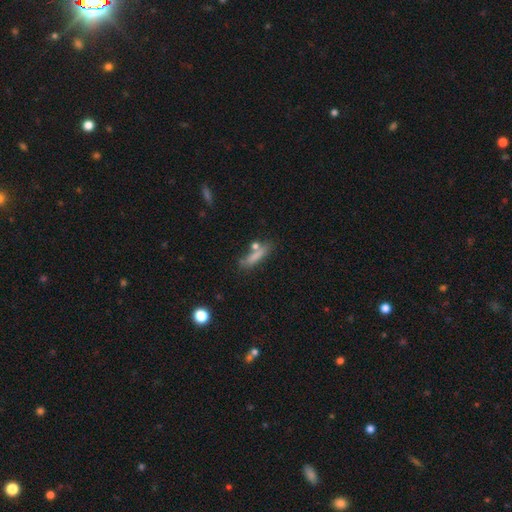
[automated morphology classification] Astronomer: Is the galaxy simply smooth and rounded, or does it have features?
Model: smooth — 74%.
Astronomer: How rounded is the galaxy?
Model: cigar-shaped — 73%.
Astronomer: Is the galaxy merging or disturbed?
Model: none — 63%.